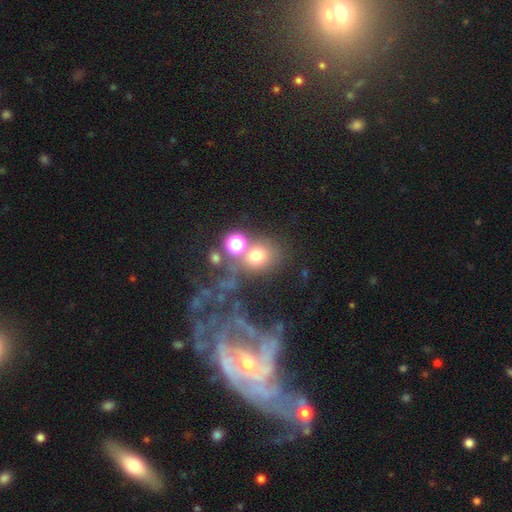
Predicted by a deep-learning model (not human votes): smooth_or_featured: smooth (p=0.64) [alt: star or artifact p=0.22]
how_rounded: round (p=0.74) [alt: in between p=0.24]
merging: none (p=0.50) [alt: merger p=0.27]